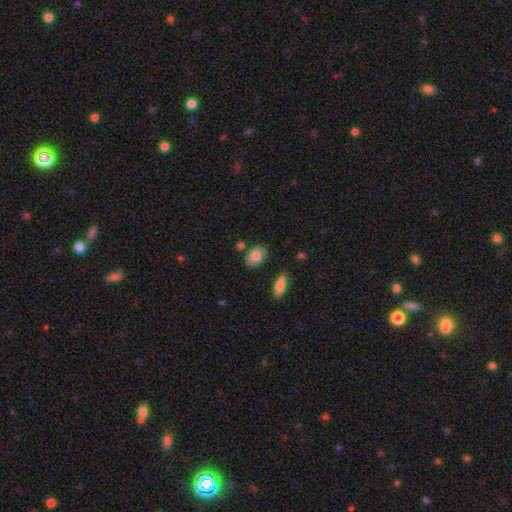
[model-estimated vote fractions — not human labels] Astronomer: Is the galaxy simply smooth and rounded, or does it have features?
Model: smooth — 76%.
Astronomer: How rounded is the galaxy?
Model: in between — 86%.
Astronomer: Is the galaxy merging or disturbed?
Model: none — 79%.